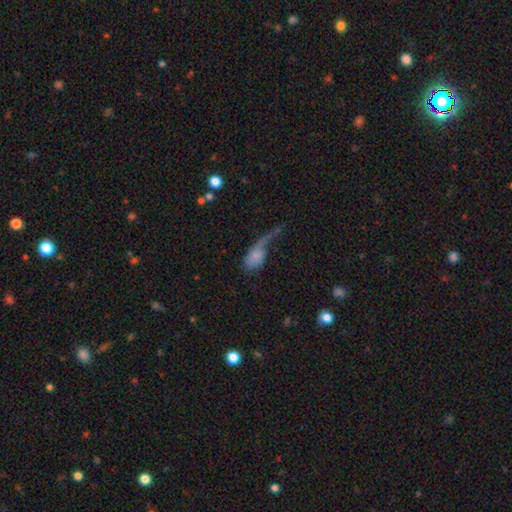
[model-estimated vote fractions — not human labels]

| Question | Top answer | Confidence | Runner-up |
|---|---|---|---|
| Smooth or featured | smooth | 62% | featured or disk (29%) |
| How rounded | in between | 85% | round (10%) |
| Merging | major disturbance | 62% | minor disturbance (15%) |